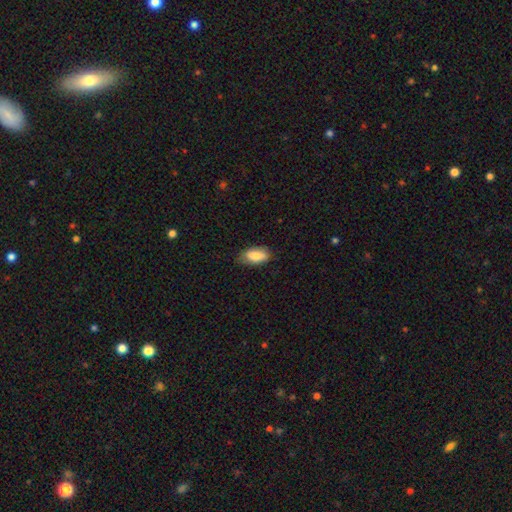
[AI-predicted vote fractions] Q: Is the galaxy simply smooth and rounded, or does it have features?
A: smooth — 84%.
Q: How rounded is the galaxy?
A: in between — 89%.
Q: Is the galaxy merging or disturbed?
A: none — 74%.